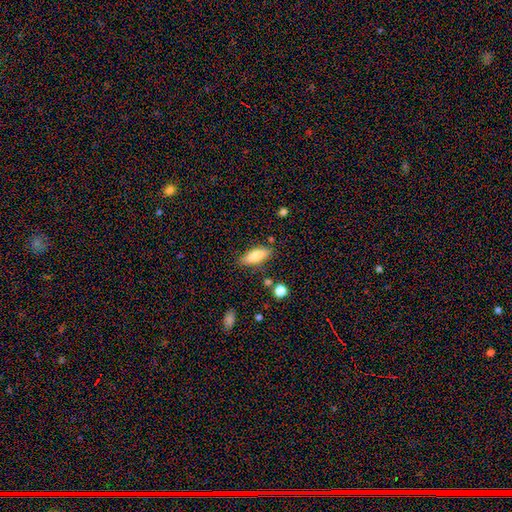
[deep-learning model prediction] This appears to be a smooth galaxy with no disk features (79%) that is in between round and cigar-shaped (67%). Merging: none (80%).